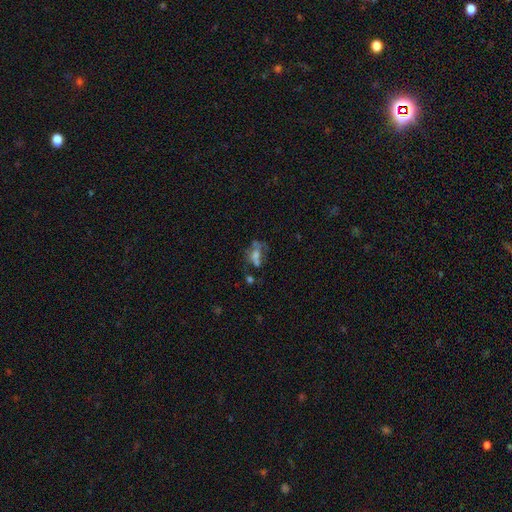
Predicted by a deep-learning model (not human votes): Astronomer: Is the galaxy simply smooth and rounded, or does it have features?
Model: featured or disk — 43% (runner-up: smooth, 39%).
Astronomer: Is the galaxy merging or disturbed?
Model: none — 32% (runner-up: major disturbance, 29%).